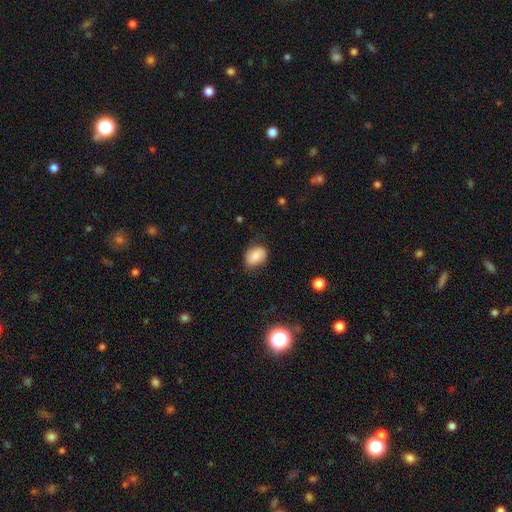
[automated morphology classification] Q: Smooth or featured?
A: smooth (74%); runner-up: featured or disk (17%)
Q: How rounded?
A: in between (69%); runner-up: round (30%)
Q: Merging?
A: none (70%); runner-up: minor disturbance (23%)